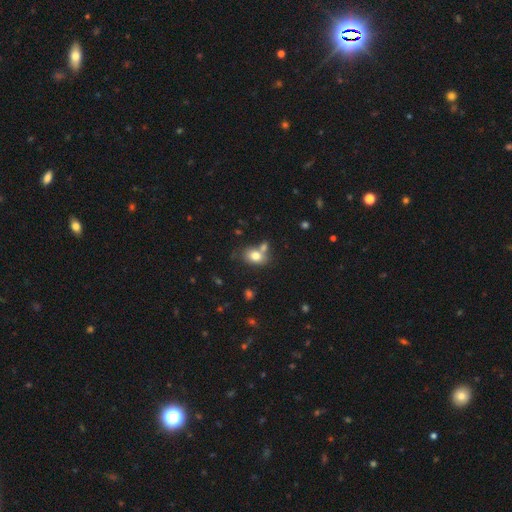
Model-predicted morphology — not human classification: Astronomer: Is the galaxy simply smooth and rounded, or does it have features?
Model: smooth — 78%.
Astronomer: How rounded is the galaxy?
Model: in between — 75%.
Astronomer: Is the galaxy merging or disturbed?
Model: none — 49% (runner-up: merger, 32%).